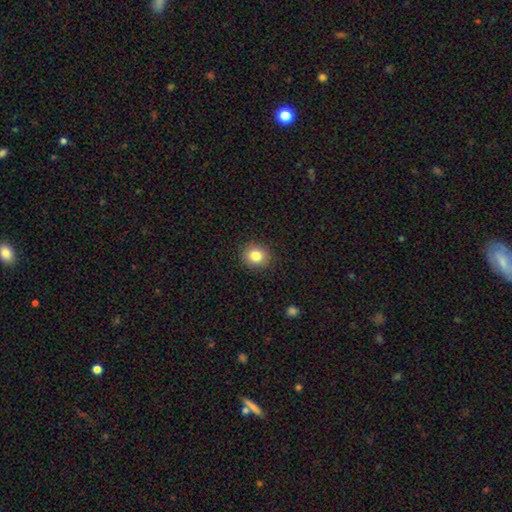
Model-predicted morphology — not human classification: Overall: smooth (83%). How rounded: round (74%). Merging: none (90%).